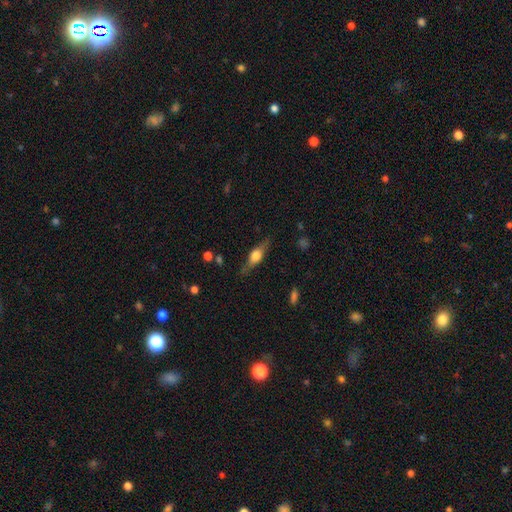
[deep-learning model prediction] This is possibly a featured or disk galaxy (53%). It is clearly viewed edge-on (91%). Merging: likely none (80%).